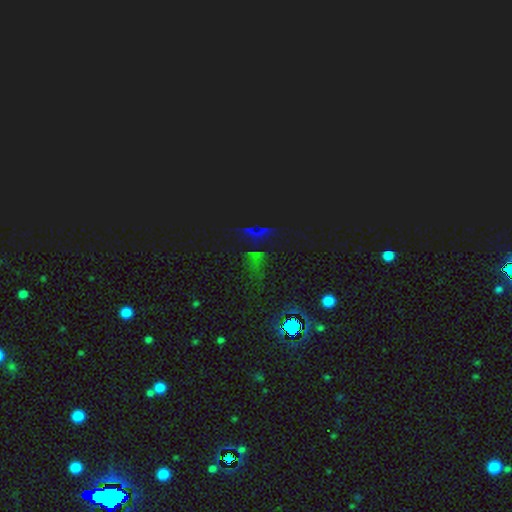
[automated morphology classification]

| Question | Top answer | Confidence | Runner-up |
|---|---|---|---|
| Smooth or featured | star or artifact | 74% | smooth (17%) |